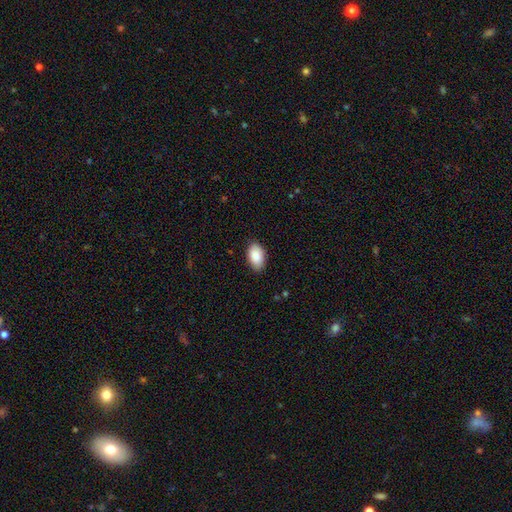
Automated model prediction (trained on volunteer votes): A smooth galaxy with no disk features (89%) that is in between round and cigar-shaped (93%). Merging: none (85%).